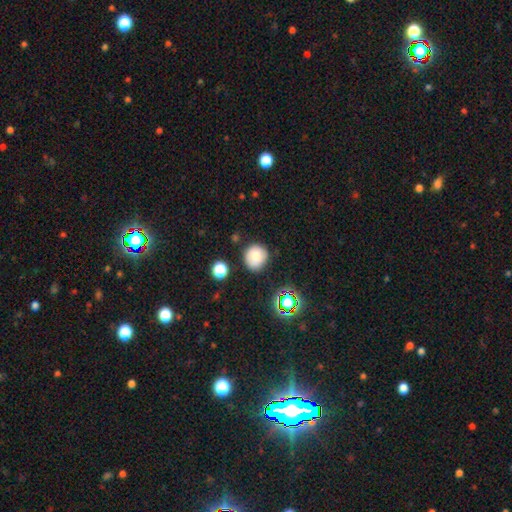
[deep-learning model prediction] smooth 77%, star or artifact 13%, featured or disk 10%. Down the decision tree: how rounded — round (86%); merging — none (79%).